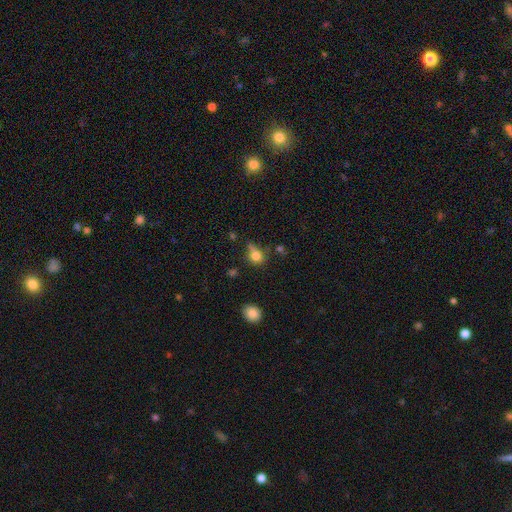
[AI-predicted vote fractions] Smooth or featured? Predicted: smooth (p=0.77). How rounded? Predicted: round (p=0.72). Merging? Predicted: none (p=0.49).